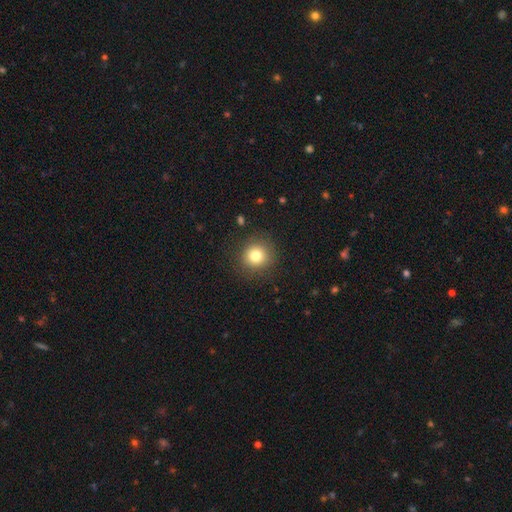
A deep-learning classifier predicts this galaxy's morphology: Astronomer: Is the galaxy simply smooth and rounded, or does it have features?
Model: smooth — 79%.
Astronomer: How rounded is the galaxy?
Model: round — 93%.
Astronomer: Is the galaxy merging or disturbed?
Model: none — 88%.